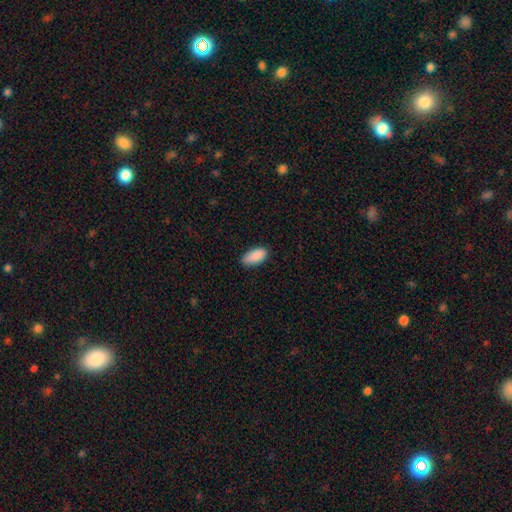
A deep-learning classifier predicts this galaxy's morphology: type=smooth (90%); roundness=in between (92%); merging=none (80%).